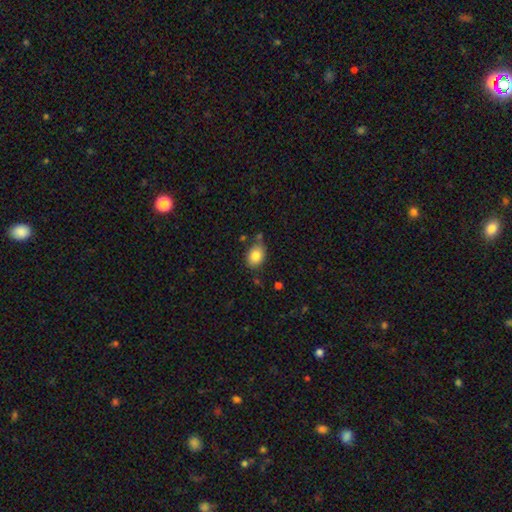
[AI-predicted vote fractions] A smooth galaxy with no disk features (83%) that is in between round and cigar-shaped (72%).

Vote fractions:
- Smooth or featured? smooth: 83% / featured or disk: 9% / star or artifact: 8%
- How rounded? in between: 72% / round: 27% / cigar-shaped: 1%
- Merging? none: 68% / minor disturbance: 21% / merger: 7% / major disturbance: 5%